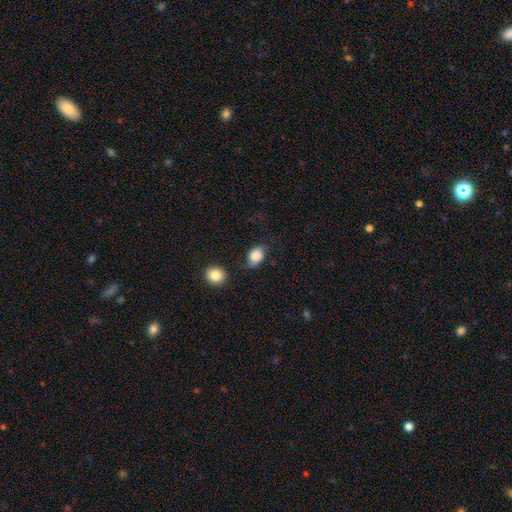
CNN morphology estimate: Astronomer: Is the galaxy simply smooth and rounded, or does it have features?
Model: smooth — 82%.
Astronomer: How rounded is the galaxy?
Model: in between — 67%.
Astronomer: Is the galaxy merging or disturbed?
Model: none — 56%.